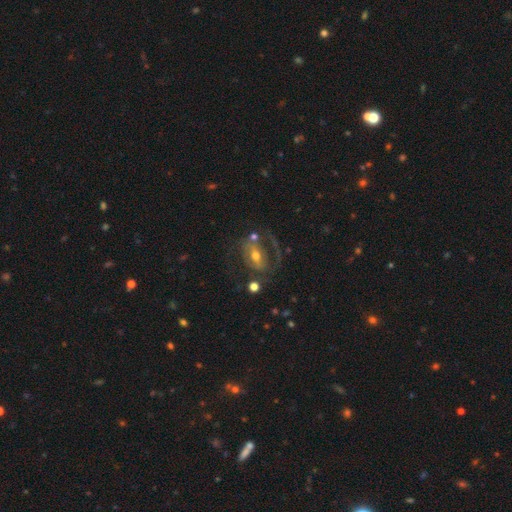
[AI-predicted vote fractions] The model was most divided on "bar": strong: 37%, weak: 36%, no: 27%. More confident: edge-on disk — no (94%); spiral arms — yes (72%); smooth or featured — featured or disk (72%); bulge size — moderate (66%); merging — none (52%).